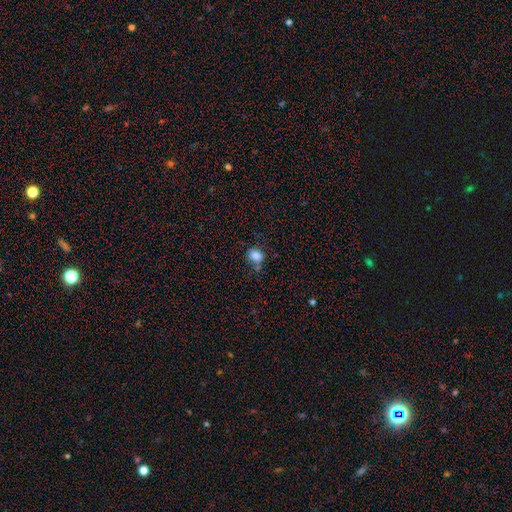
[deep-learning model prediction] Q: Smooth or featured?
A: smooth (82%); runner-up: star or artifact (11%)
Q: How rounded?
A: in between (56%); runner-up: round (43%)
Q: Merging?
A: none (60%); runner-up: minor disturbance (23%)